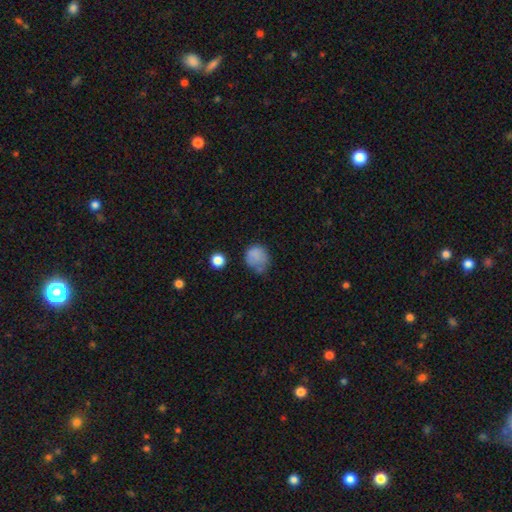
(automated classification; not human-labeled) Morphology: type=smooth (80%); roundness=round (77%); merging=none (50%).